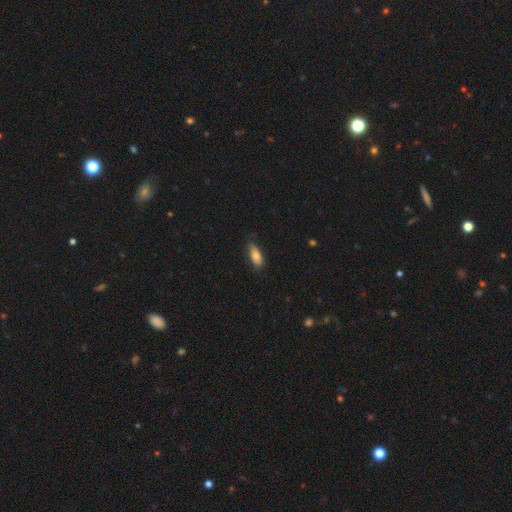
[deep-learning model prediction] This appears to be a smooth galaxy with no disk features (80%) that is in between round and cigar-shaped (74%). Merging: none (72%).